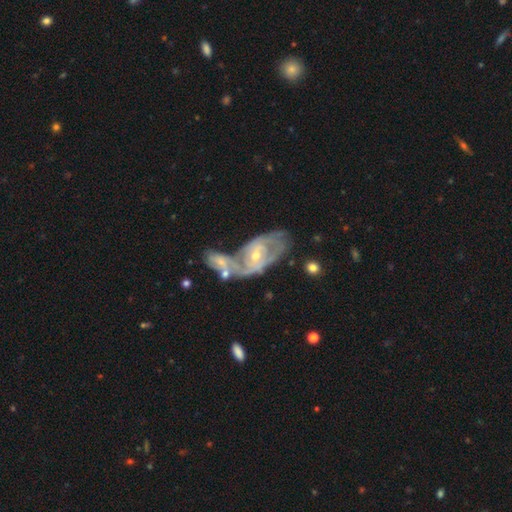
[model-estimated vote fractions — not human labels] smooth_or_featured: featured or disk (p=0.77) [alt: smooth p=0.15]
disk_edge_on: no (p=0.93) [alt: yes p=0.07]
bar: no (p=0.54) [alt: weak p=0.33]
has_spiral_arms: yes (p=0.76) [alt: no p=0.24]
spiral_winding: tight (p=0.49) [alt: medium p=0.36]
spiral_arm_count: 2 (p=0.43) [alt: can't tell p=0.40]
bulge_size: small (p=0.62) [alt: moderate p=0.34]
merging: merger (p=0.49) [alt: none p=0.27]